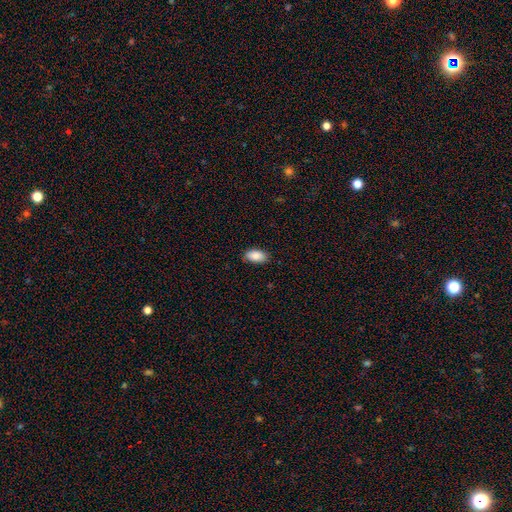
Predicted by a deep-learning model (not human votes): smooth_or_featured: smooth (p=0.88) [alt: star or artifact p=0.07]
how_rounded: in between (p=0.94) [alt: round p=0.03]
merging: none (p=0.86) [alt: minor disturbance p=0.11]